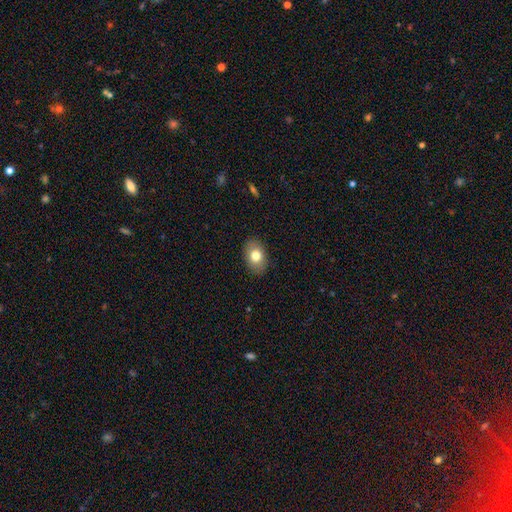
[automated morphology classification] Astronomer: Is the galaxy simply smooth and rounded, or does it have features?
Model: smooth — 78%.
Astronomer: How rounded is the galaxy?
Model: in between — 80%.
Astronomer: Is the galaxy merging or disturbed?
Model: none — 88%.